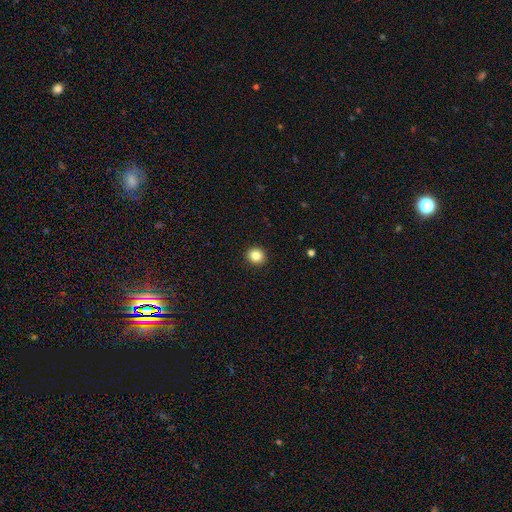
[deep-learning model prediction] This is clearly a smooth galaxy (85%). How rounded: clearly round (85%). Merging: clearly none (92%).